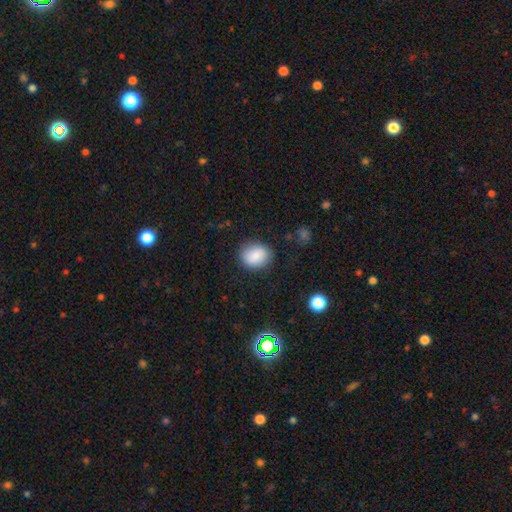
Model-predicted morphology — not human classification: The model was most divided on "how rounded": round: 60%, in between: 39%, cigar-shaped: 1%. More confident: smooth or featured — smooth (84%); merging — none (83%).